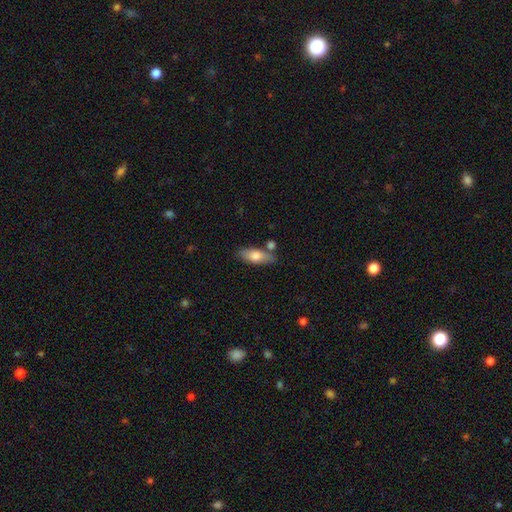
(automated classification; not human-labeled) This appears to be a smooth galaxy with no disk features (74%) that is in between round and cigar-shaped (73%). Merging: none (72%).